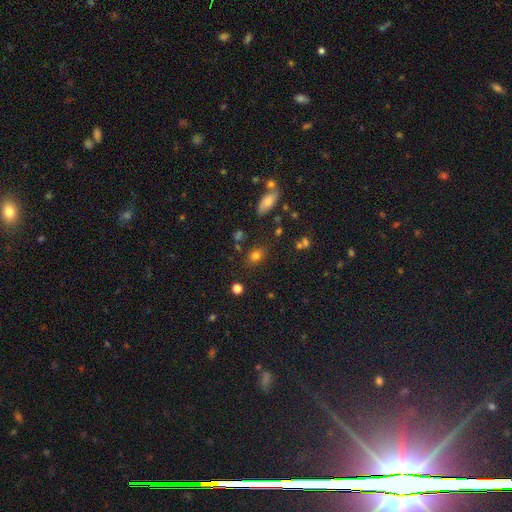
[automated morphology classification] smooth_or_featured: smooth (p=0.77) [alt: star or artifact p=0.14]
how_rounded: in between (p=0.63) [alt: round p=0.35]
merging: none (p=0.79) [alt: minor disturbance p=0.12]